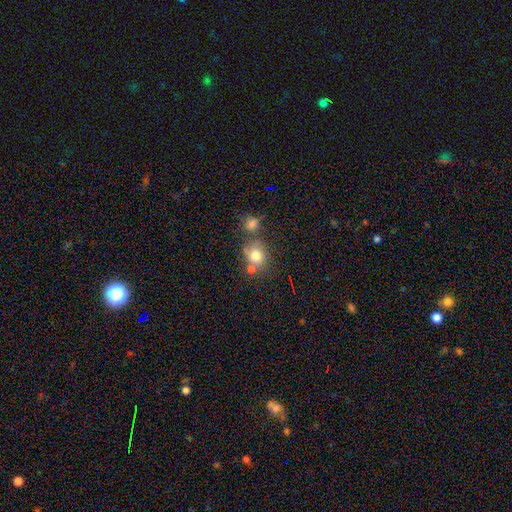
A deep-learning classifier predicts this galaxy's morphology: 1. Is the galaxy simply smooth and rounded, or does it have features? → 76% smooth, 12% featured or disk, 12% star or artifact.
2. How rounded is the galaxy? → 71% round, 28% in between, 1% cigar-shaped.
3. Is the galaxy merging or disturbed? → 53% none, 25% merger, 15% minor disturbance, 6% major disturbance.